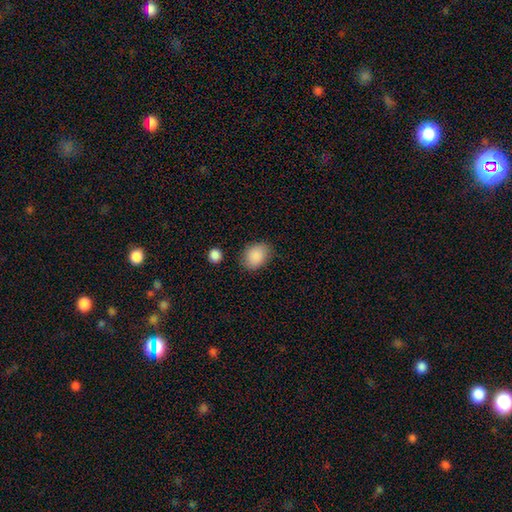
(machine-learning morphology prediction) smooth 88%, star or artifact 8%, featured or disk 4%. Down the decision tree: how rounded — in between (64%); merging — none (79%).